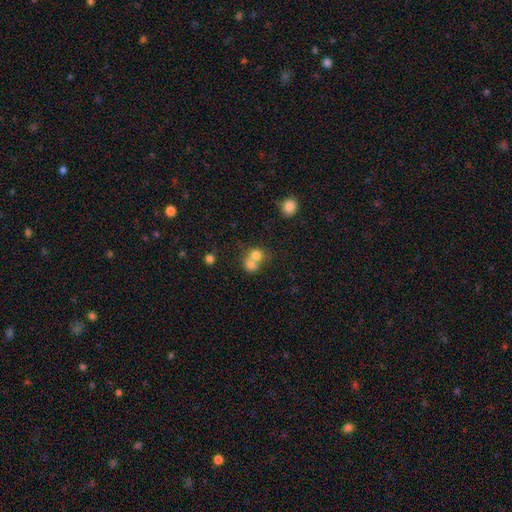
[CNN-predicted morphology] A smooth galaxy with no disk features (73%) that is round (74%).

Vote fractions:
- Smooth or featured? smooth: 73% / featured or disk: 15% / star or artifact: 11%
- How rounded? round: 74% / in between: 25% / cigar-shaped: 1%
- Merging? merger: 65% / none: 27% / minor disturbance: 5% / major disturbance: 3%